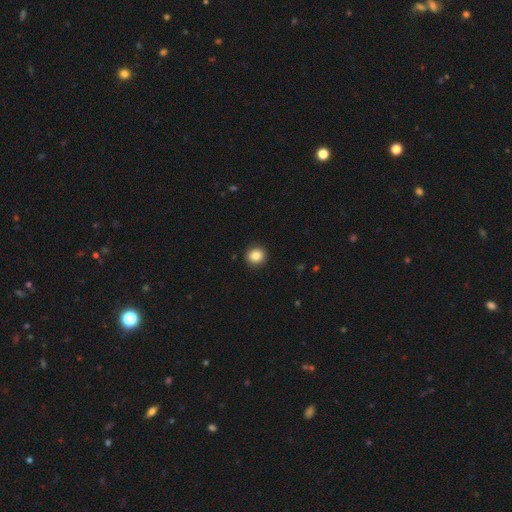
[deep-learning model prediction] Smooth or featured? smooth (85%)
How rounded? round (87%)
Merging? none (90%)